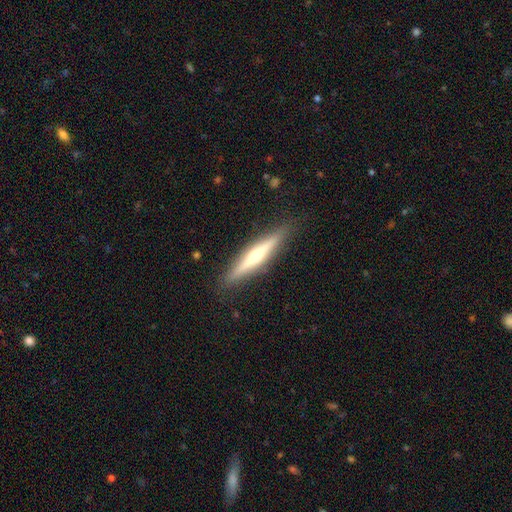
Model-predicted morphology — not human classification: Smooth or featured? Predicted: featured or disk (p=0.67). Edge-on disk? Predicted: yes (p=0.97). Edge-on bulge? Predicted: rounded (p=0.88). Merging? Predicted: none (p=0.90).